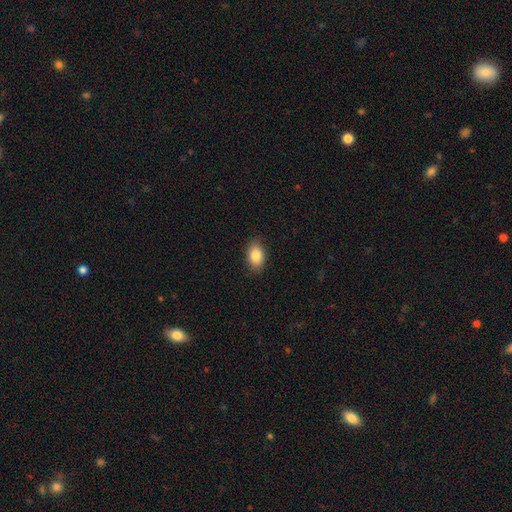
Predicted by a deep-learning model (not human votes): A smooth galaxy with no disk features (85%) that is in between round and cigar-shaped (86%). Merging: none (87%).